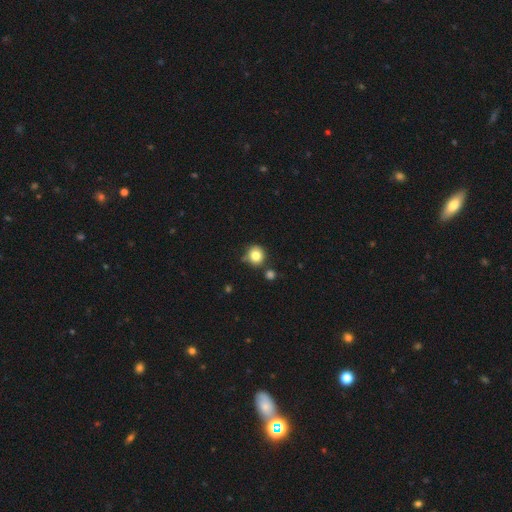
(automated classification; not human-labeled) Smooth or featured? smooth (82%)
How rounded? round (87%)
Merging? none (73%)